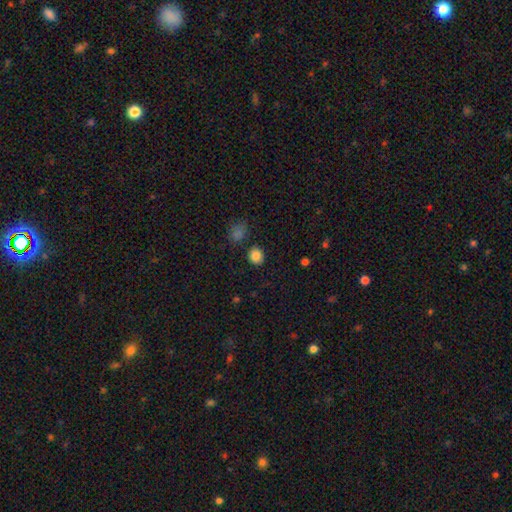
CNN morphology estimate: type=smooth (85%); roundness=round (80%); merging=none (86%).